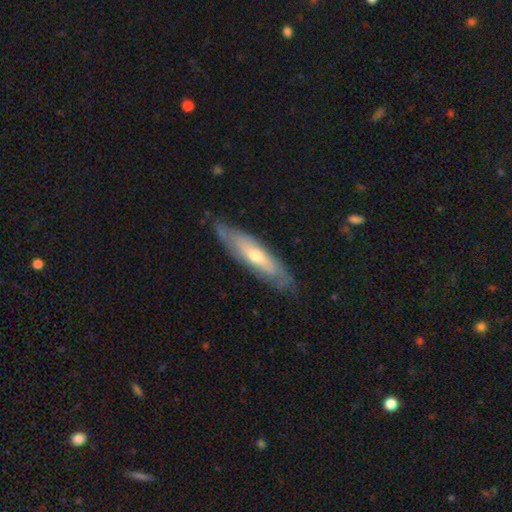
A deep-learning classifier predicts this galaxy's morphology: Smooth or featured: featured or disk — 56% (smooth — 38%)
Edge-on disk: no — 51% (yes — 49%)
Merging: none — 76% (minor disturbance — 18%)